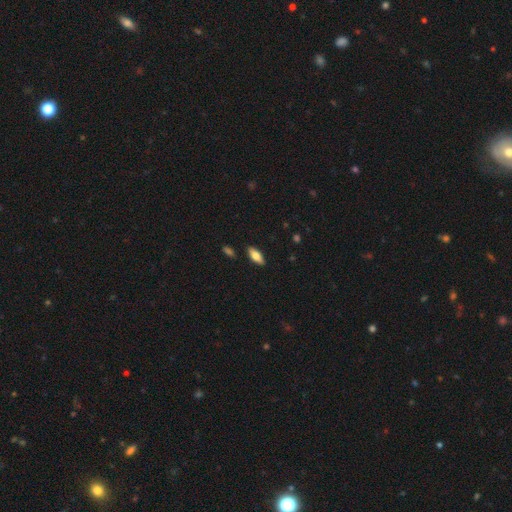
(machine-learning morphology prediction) Smooth or featured? Predicted: smooth (p=0.69). How rounded? Predicted: in between (p=0.76). Merging? Predicted: none (p=0.88).